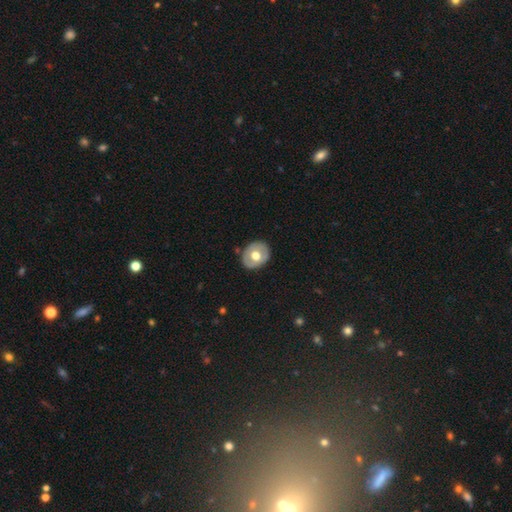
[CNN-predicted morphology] Overall: smooth (52%; featured or disk 43%). How rounded: in between (50%; round 49%). Merging: none (83%).